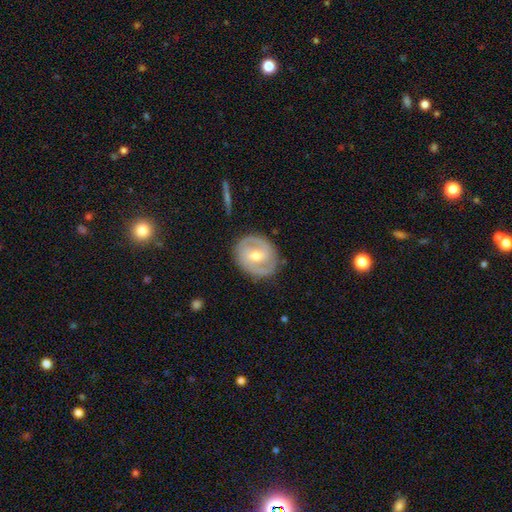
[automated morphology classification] Smooth or featured: featured or disk — 71% (smooth — 24%)
Edge-on disk: no — 96% (yes — 4%)
Bar: weak — 44% (no — 31%)
Spiral arms: yes — 72% (no — 28%)
Bulge size: moderate — 66% (small — 29%)
Merging: none — 83% (minor disturbance — 12%)